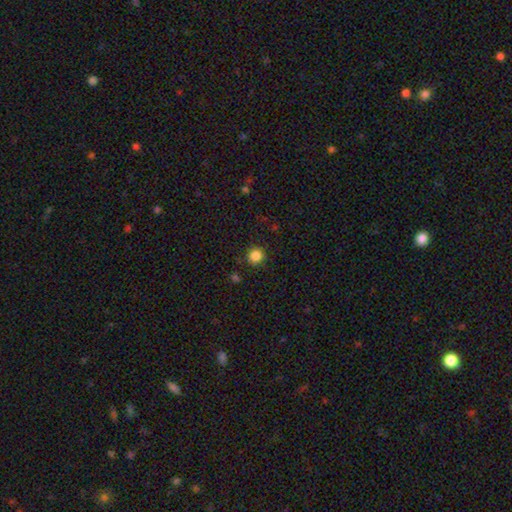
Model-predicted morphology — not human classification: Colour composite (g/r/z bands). It shows a smooth galaxy with no disk features (85%) that is round (94%). Merging: none (91%).